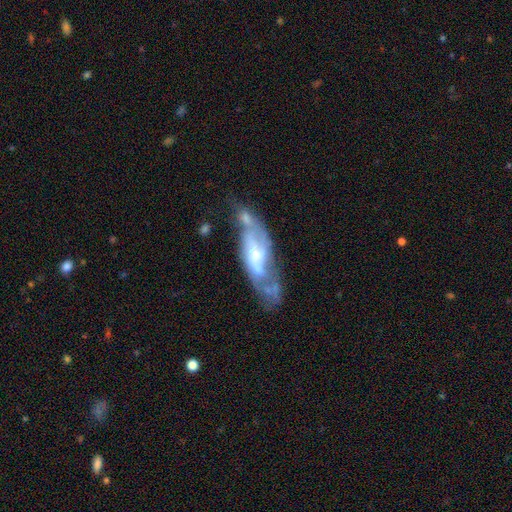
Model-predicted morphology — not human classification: type=featured or disk (67%); edge-on=no (82%); bar=no (54%); spiral arms=yes (62%); bulge=moderate (33%); merging=none (35%).